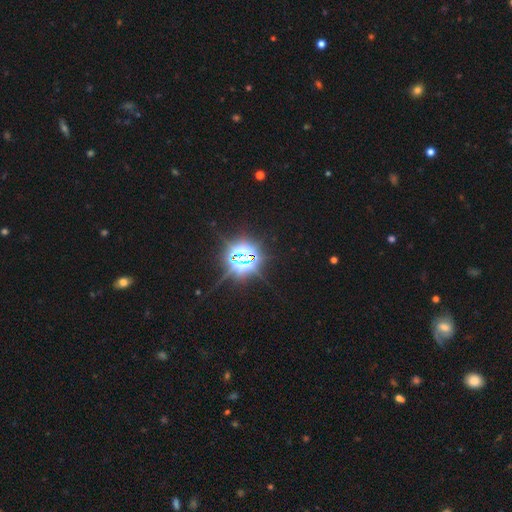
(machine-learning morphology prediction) This appears to be a star or artifact, not a galaxy (85%).